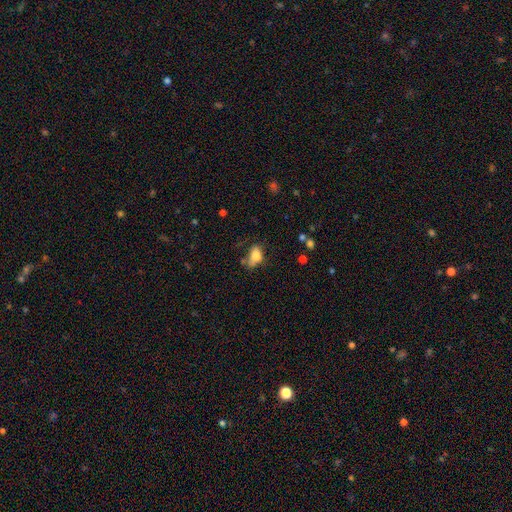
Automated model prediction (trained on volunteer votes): A smooth galaxy with no disk features (77%) that is in between round and cigar-shaped (85%). Merging: none (47%).